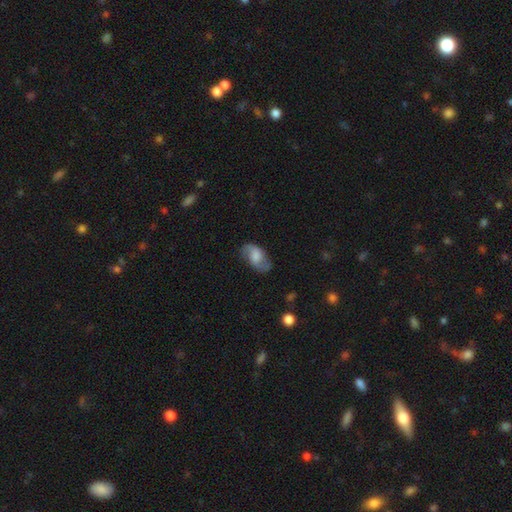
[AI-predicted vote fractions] Smooth or featured? Predicted: featured or disk (p=0.64). Edge-on disk? Predicted: no (p=0.96). Bar? Predicted: no (p=0.46). Spiral arms? Predicted: yes (p=0.90). Spiral winding? Predicted: loose (p=0.46). Spiral arm count? Predicted: 2 (p=0.89). Bulge size? Predicted: moderate (p=0.35). Merging? Predicted: none (p=0.75).